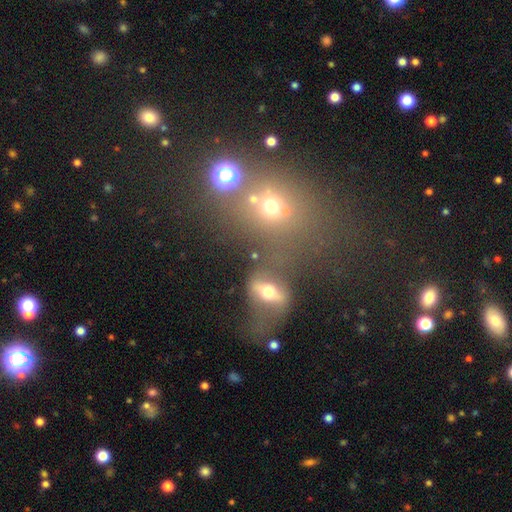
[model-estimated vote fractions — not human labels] The model was most divided on "merging": none: 42%, merger: 31%, minor disturbance: 14%, major disturbance: 13%. Remaining: smooth or featured — smooth (49%).